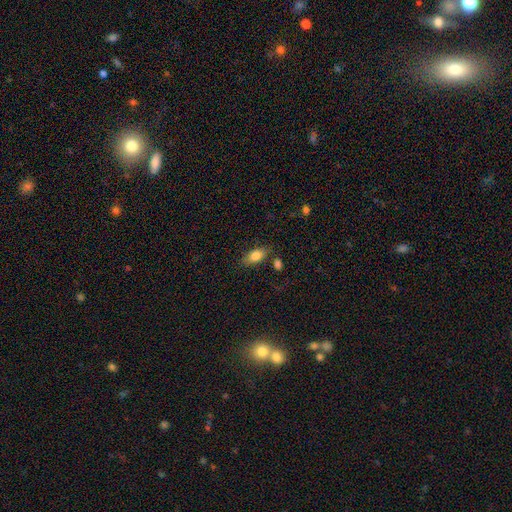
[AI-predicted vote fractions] Morphology: type=smooth (82%); roundness=in between (88%); merging=none (75%).